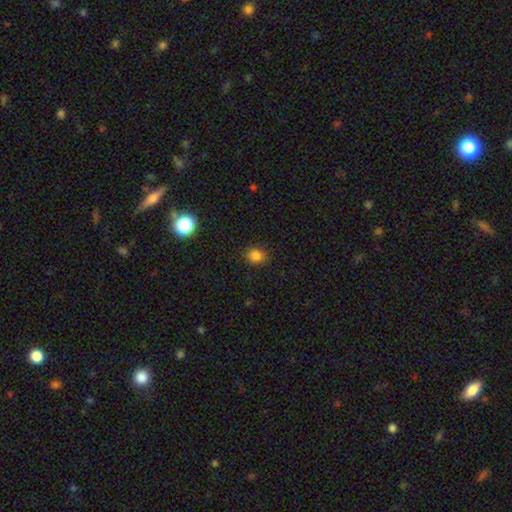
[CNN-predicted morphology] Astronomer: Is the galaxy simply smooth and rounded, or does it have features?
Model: smooth — 82%.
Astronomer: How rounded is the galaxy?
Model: round — 68%.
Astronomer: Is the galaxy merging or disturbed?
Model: none — 87%.